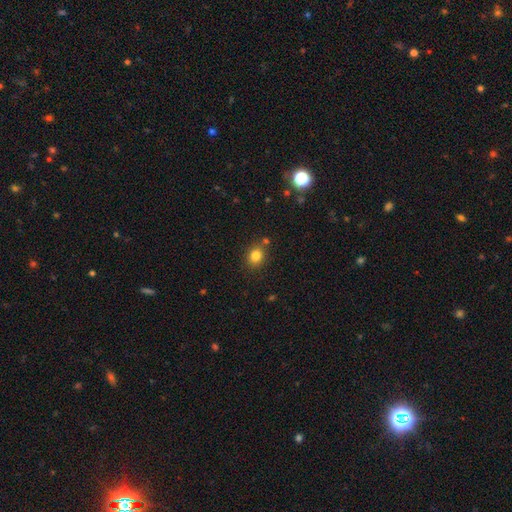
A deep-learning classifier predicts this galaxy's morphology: Q: Smooth or featured?
A: smooth (81%); runner-up: star or artifact (12%)
Q: How rounded?
A: round (64%); runner-up: in between (35%)
Q: Merging?
A: none (80%); runner-up: minor disturbance (11%)